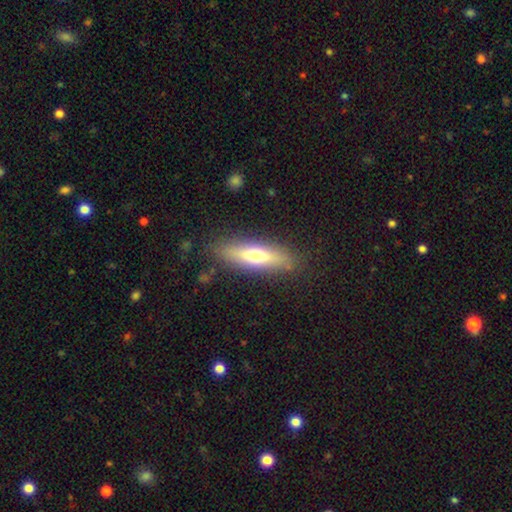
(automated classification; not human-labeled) smooth_or_featured: smooth (p=0.56) [alt: featured or disk p=0.38]
how_rounded: cigar-shaped (p=0.61) [alt: in between p=0.36]
merging: none (p=0.85) [alt: minor disturbance p=0.11]